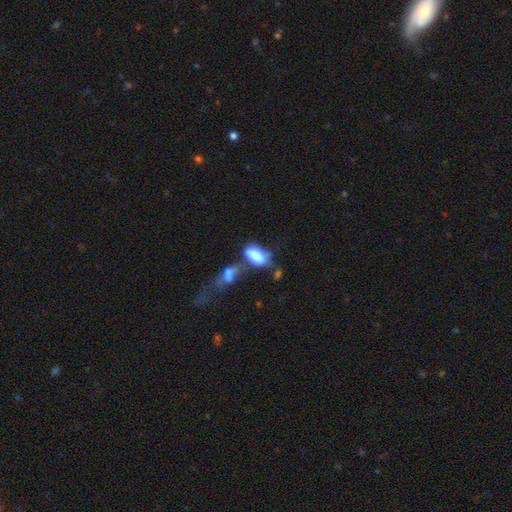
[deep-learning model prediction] Smooth or featured?
  - smooth: 74% *
  - featured or disk: 17%
  - star or artifact: 8%
How rounded?
  - in between: 91% *
  - cigar-shaped: 5%
  - round: 4%
Merging?
  - merger: 40% *
  - none: 25%
  - major disturbance: 19%
  - minor disturbance: 16%